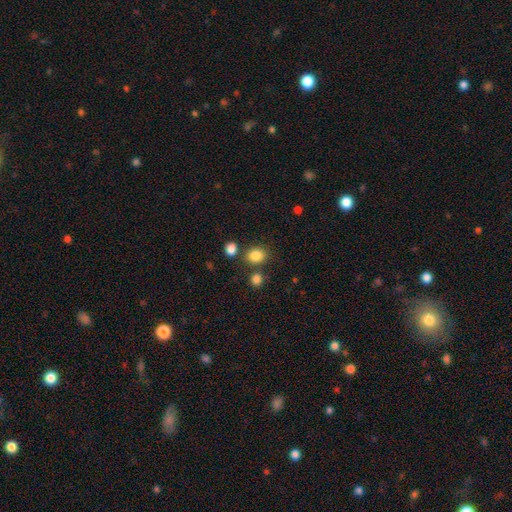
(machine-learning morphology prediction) A smooth galaxy with no disk features (84%) that is round (61%). Merging: none (74%).